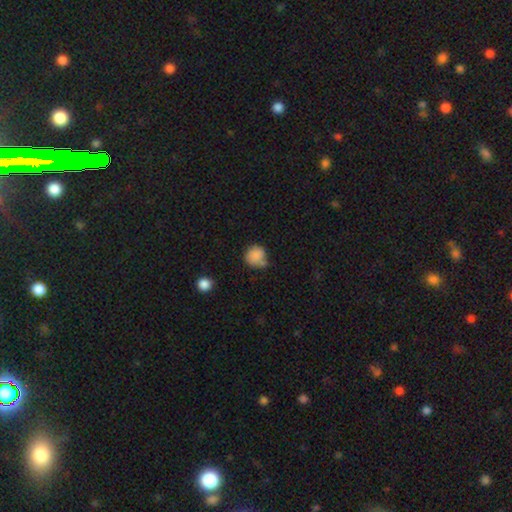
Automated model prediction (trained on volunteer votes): Morphology: type=smooth (84%); roundness=round (88%); merging=none (56%).